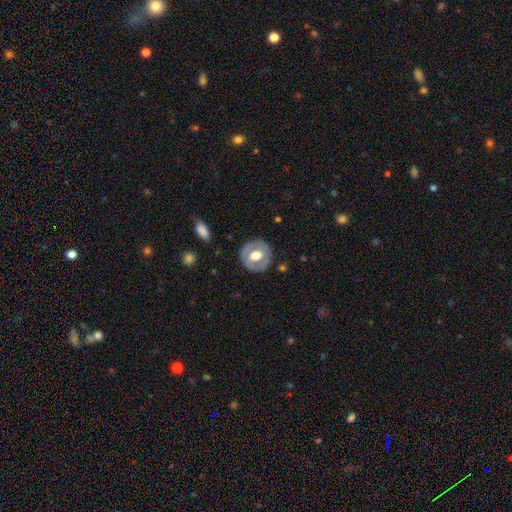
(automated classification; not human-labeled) Smooth or featured: featured or disk — 48% (smooth — 46%)
Merging: none — 83% (minor disturbance — 12%)